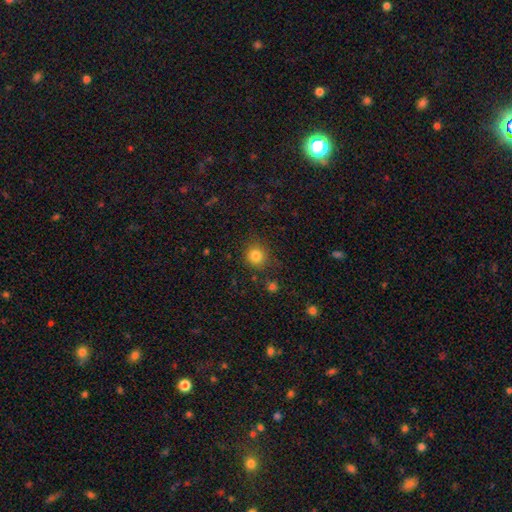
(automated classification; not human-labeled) This appears to be a smooth galaxy with no disk features (82%) that is round (90%). Merging: none (83%).